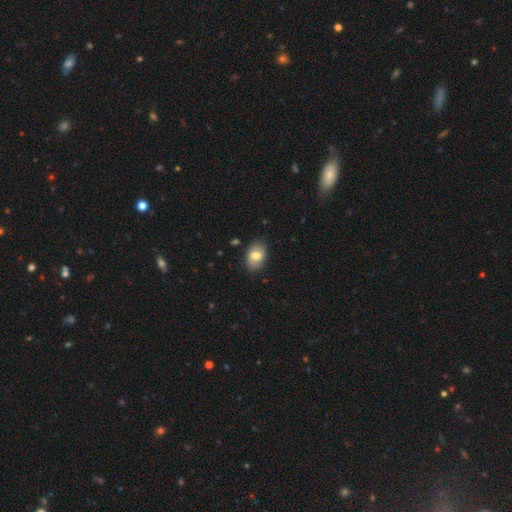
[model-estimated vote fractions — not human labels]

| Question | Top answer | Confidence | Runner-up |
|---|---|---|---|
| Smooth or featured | smooth | 74% | featured or disk (19%) |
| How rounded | in between | 83% | round (16%) |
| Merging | none | 81% | minor disturbance (15%) |